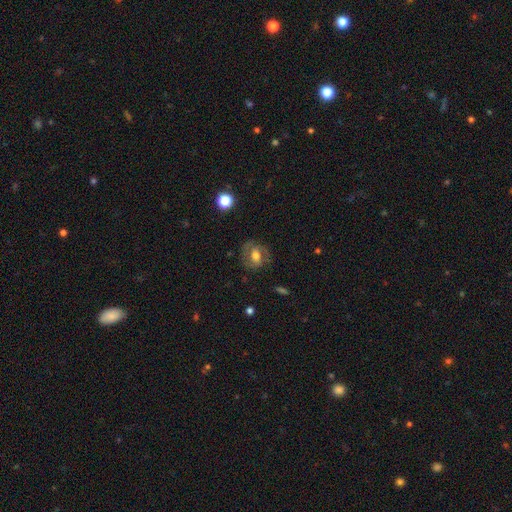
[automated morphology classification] Smooth or featured: featured or disk — 48% (smooth — 43%)
Merging: none — 72% (minor disturbance — 17%)